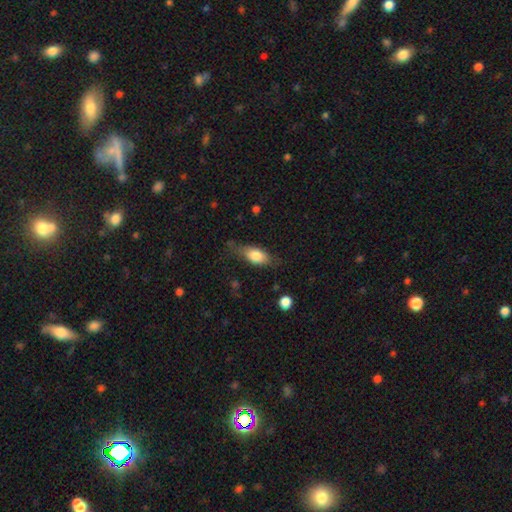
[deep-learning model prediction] This is likely a smooth galaxy (75%). How rounded: clearly in between (80%). Merging: likely none (65%).